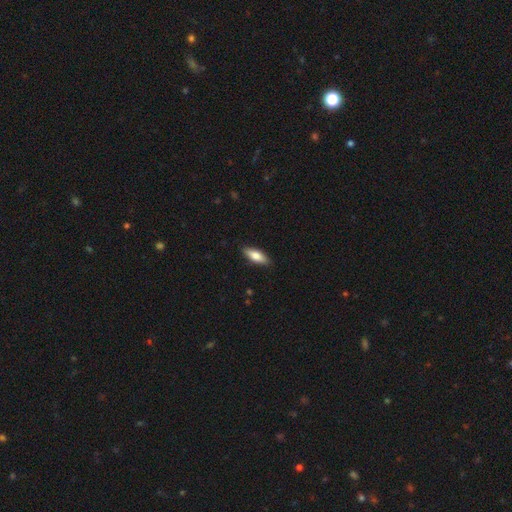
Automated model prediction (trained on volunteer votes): This appears to be a smooth galaxy with no disk features (75%) that is in between round and cigar-shaped (67%). Merging: none (88%).